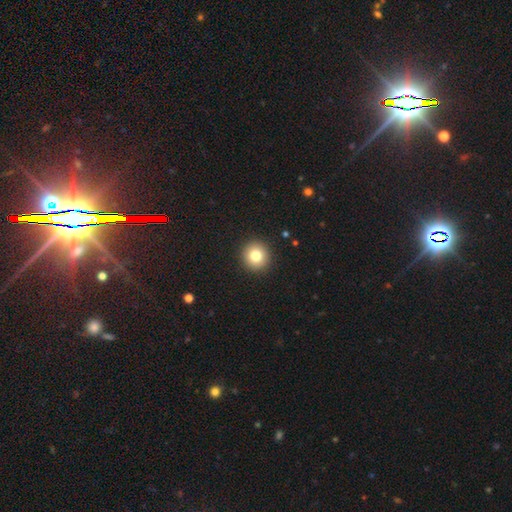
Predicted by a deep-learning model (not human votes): smooth 80%, star or artifact 11%, featured or disk 9%. Down the decision tree: how rounded — round (94%); merging — none (93%).